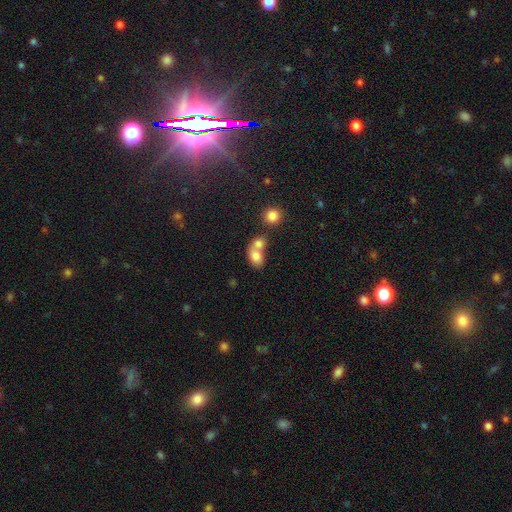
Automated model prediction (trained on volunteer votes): The model was most divided on "how rounded": in between: 67%, round: 31%, cigar-shaped: 1%. More confident: smooth or featured — smooth (77%); merging — merger (66%).